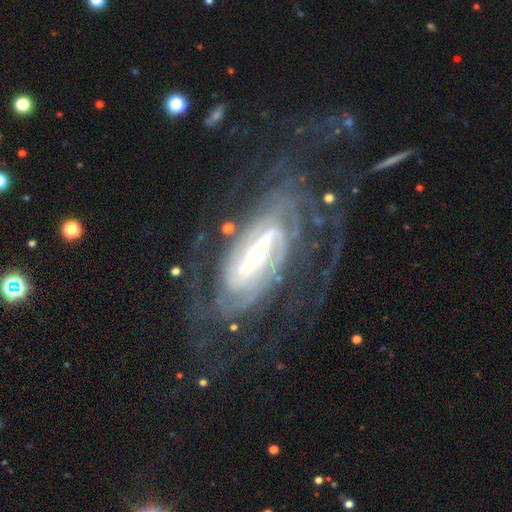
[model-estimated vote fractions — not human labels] Q: Smooth or featured?
A: featured or disk (91%); runner-up: star or artifact (5%)
Q: Edge-on disk?
A: no (94%); runner-up: yes (6%)
Q: Bar?
A: strong (62%); runner-up: weak (26%)
Q: Spiral arms?
A: yes (97%); runner-up: no (3%)
Q: Spiral winding?
A: tight (58%); runner-up: medium (32%)
Q: Spiral arm count?
A: 2 (39%); runner-up: can't tell (21%)
Q: Bulge size?
A: small (54%); runner-up: moderate (38%)
Q: Merging?
A: none (68%); runner-up: major disturbance (15%)